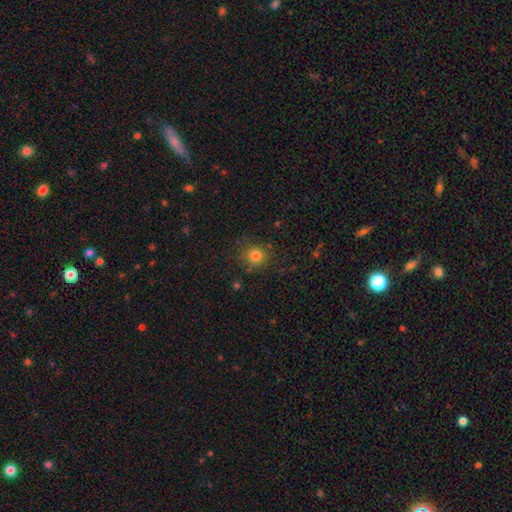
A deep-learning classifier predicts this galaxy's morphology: A smooth galaxy with no disk features (80%) that is round (90%). Merging: none (83%).